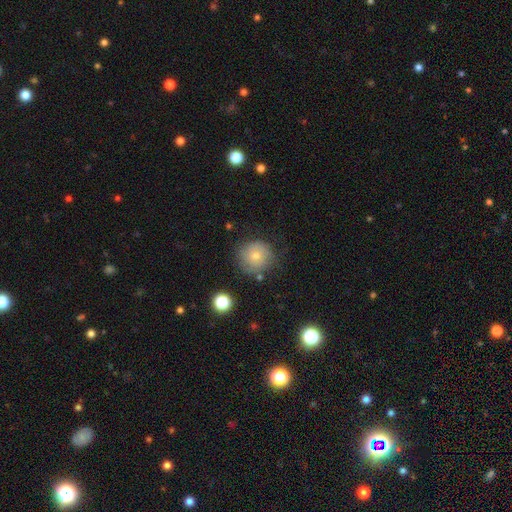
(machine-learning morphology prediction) smooth-or-featured: smooth: 66% | featured or disk: 24% | star or artifact: 10%
  how-rounded: round: 92% | in between: 7% | cigar-shaped: 1%
  merging: none: 71% | minor disturbance: 20% | major disturbance: 6% | merger: 3%